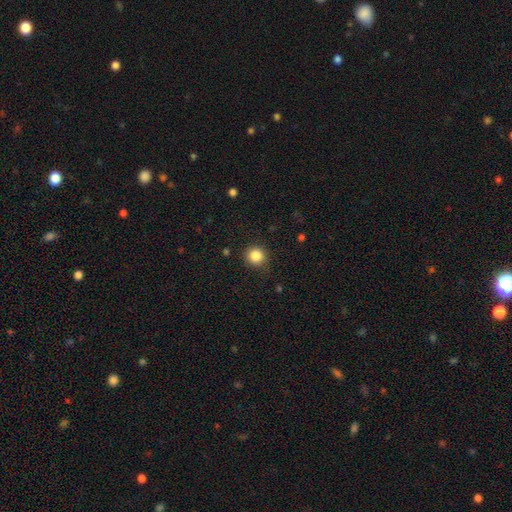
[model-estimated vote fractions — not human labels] Q: Smooth or featured?
A: smooth (85%); runner-up: star or artifact (11%)
Q: How rounded?
A: round (92%); runner-up: in between (7%)
Q: Merging?
A: none (85%); runner-up: minor disturbance (11%)